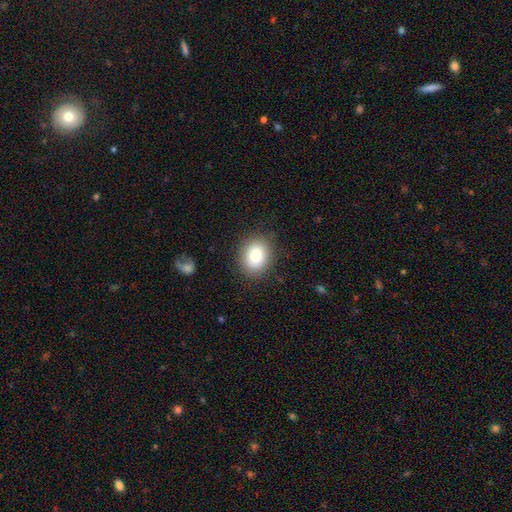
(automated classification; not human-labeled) The model was most divided on "how rounded": in between: 53%, round: 46%, cigar-shaped: 1%. More confident: merging — none (86%); smooth or featured — smooth (83%).